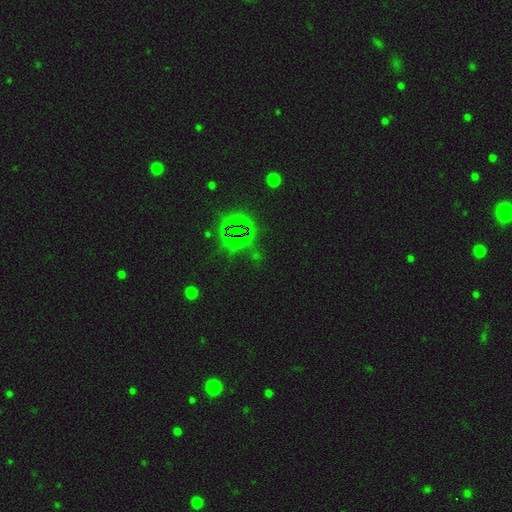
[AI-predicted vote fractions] Q: Smooth or featured?
A: star or artifact (78%); runner-up: smooth (14%)